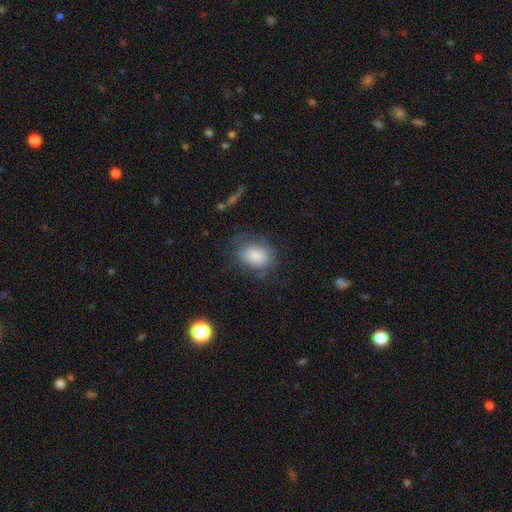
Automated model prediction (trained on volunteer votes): Q: Smooth or featured?
A: smooth (80%); runner-up: featured or disk (12%)
Q: How rounded?
A: in between (76%); runner-up: round (23%)
Q: Merging?
A: none (61%); runner-up: minor disturbance (23%)